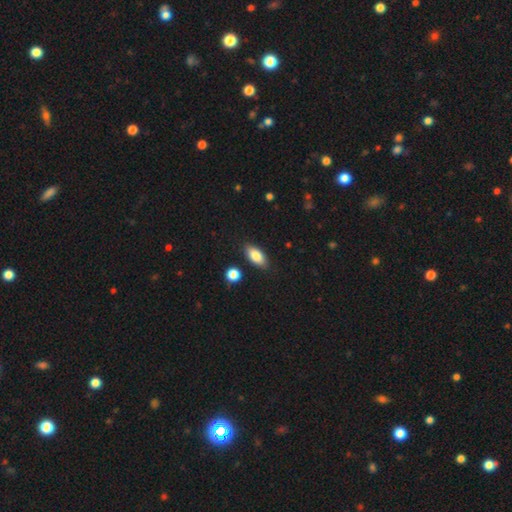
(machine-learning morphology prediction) Smooth or featured?
  - smooth: 83% *
  - featured or disk: 10%
  - star or artifact: 7%
How rounded?
  - in between: 88% *
  - cigar-shaped: 8%
  - round: 4%
Merging?
  - none: 85% *
  - minor disturbance: 10%
  - merger: 3%
  - major disturbance: 2%